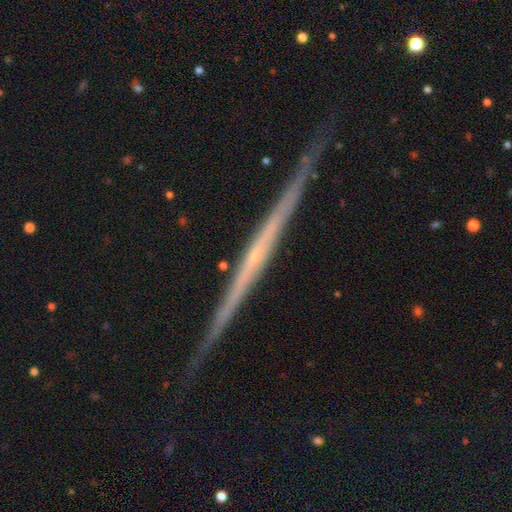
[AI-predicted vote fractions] This is clearly a featured or disk galaxy (81%). It is clearly viewed edge-on (98%). Edge-on bulge: likely none (67%). Merging: clearly none (89%).